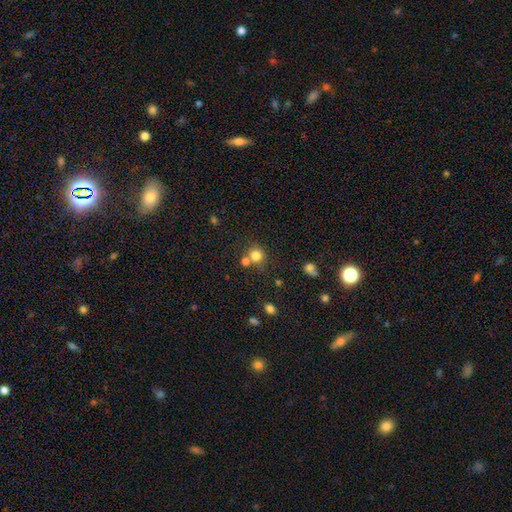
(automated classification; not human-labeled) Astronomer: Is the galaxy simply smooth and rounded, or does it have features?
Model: smooth — 80%.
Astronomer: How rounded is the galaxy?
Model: round — 87%.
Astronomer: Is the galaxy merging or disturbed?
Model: none — 60%.